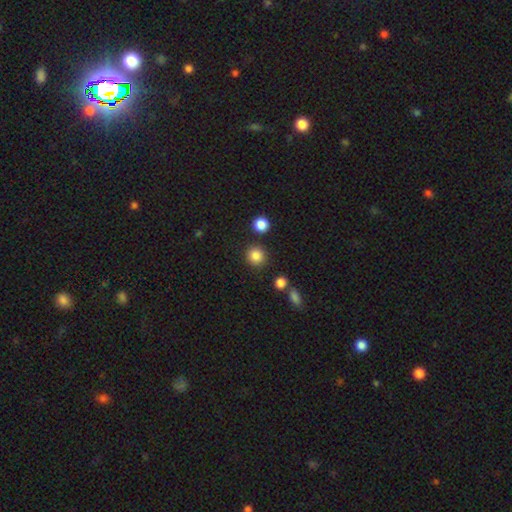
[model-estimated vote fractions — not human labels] smooth_or_featured: smooth (p=0.85) [alt: star or artifact p=0.11]
how_rounded: round (p=0.92) [alt: in between p=0.07]
merging: none (p=0.87) [alt: minor disturbance p=0.06]